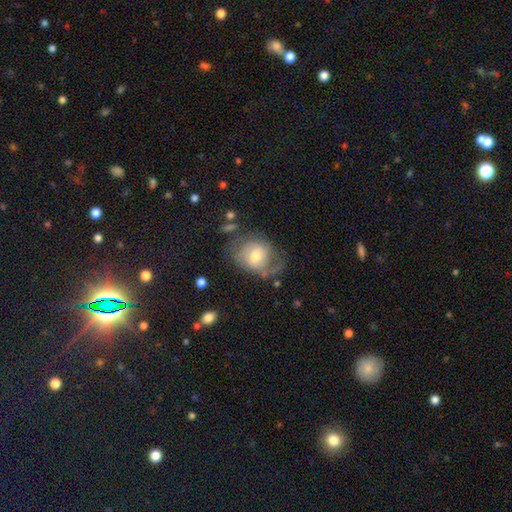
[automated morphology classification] The model was most divided on "smooth or featured": featured or disk: 49%, smooth: 43%, star or artifact: 9%. Remaining: merging — none (44%).